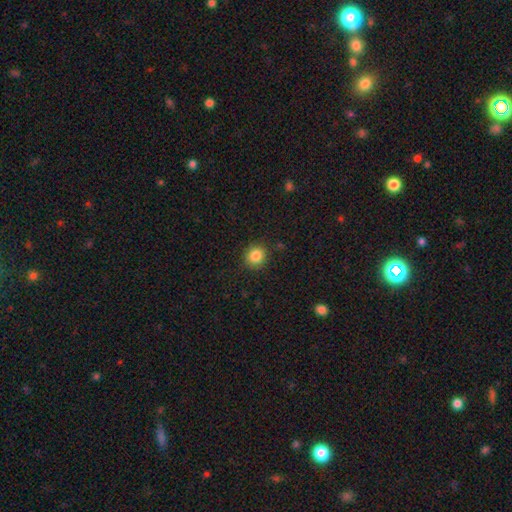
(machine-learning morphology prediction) smooth-or-featured: smooth: 85% | star or artifact: 10% | featured or disk: 5%
  how-rounded: round: 88% | in between: 11% | cigar-shaped: 1%
  merging: none: 88% | minor disturbance: 8% | major disturbance: 2% | merger: 1%